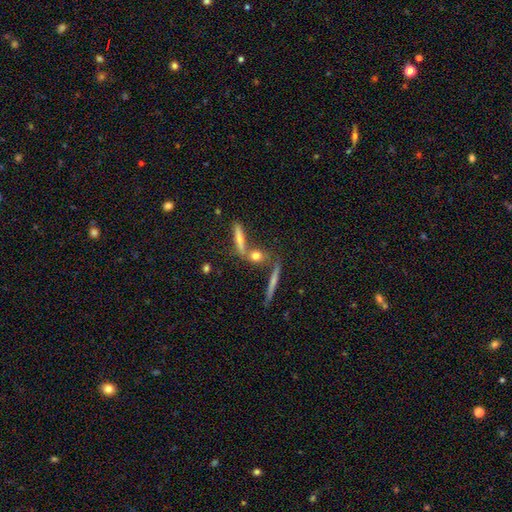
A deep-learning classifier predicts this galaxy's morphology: This appears to be a smooth galaxy with no disk features (54%) that is cigar-shaped (48%). Merging: none (56%).